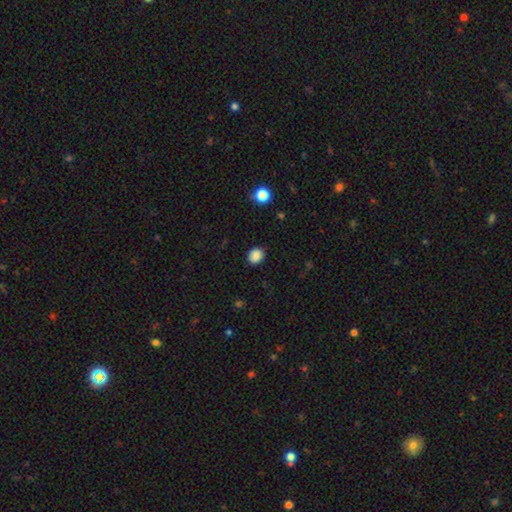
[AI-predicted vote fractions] Overall: smooth (87%). How rounded: round (69%; in between 30%). Merging: none (88%).